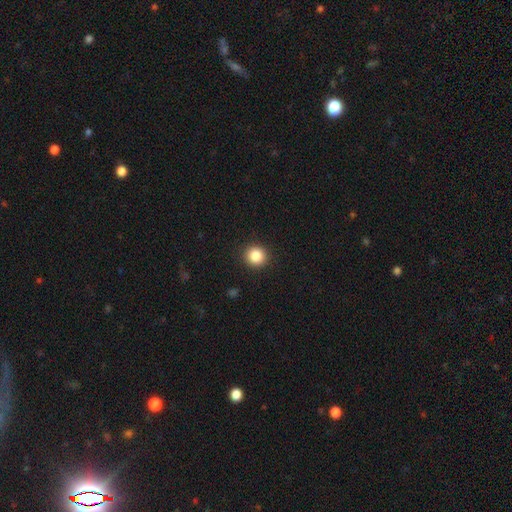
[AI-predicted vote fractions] Smooth or featured: smooth — 86% (star or artifact — 10%)
How rounded: round — 91% (in between — 8%)
Merging: none — 92% (minor disturbance — 5%)